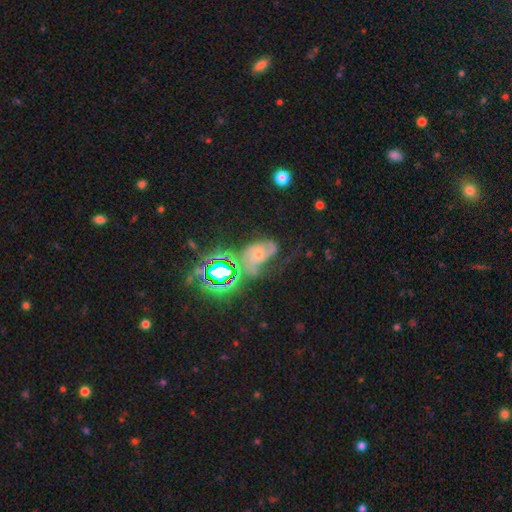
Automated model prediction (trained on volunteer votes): Smooth or featured?
  - featured or disk: 57% *
  - star or artifact: 25%
  - smooth: 19%
Edge-on disk?
  - no: 96% *
  - yes: 4%
Bar?
  - no: 75% *
  - weak: 19%
  - strong: 6%
Spiral arms?
  - yes: 89% *
  - no: 11%
Bulge size?
  - small: 69% *
  - moderate: 21%
  - none: 5%
  - large: 3%
  - dominant: 2%
Merging?
  - none: 35% *
  - major disturbance: 28%
  - minor disturbance: 24%
  - merger: 13%